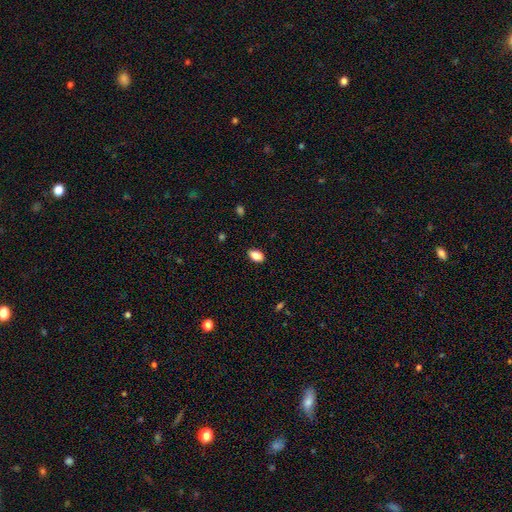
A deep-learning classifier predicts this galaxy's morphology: type=smooth (84%); roundness=in between (90%); merging=none (85%).